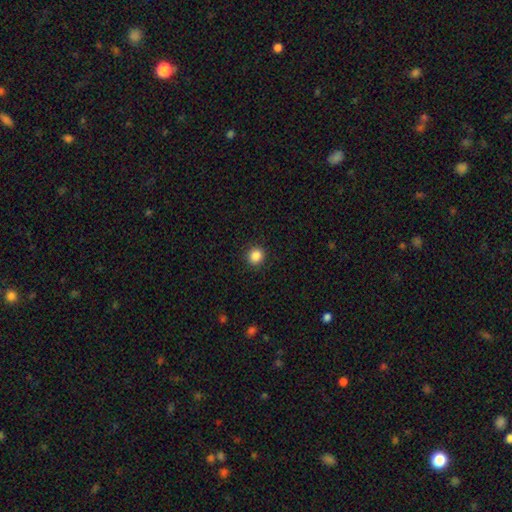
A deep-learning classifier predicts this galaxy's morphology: Smooth or featured? Predicted: smooth (p=0.86). How rounded? Predicted: round (p=0.89). Merging? Predicted: none (p=0.91).